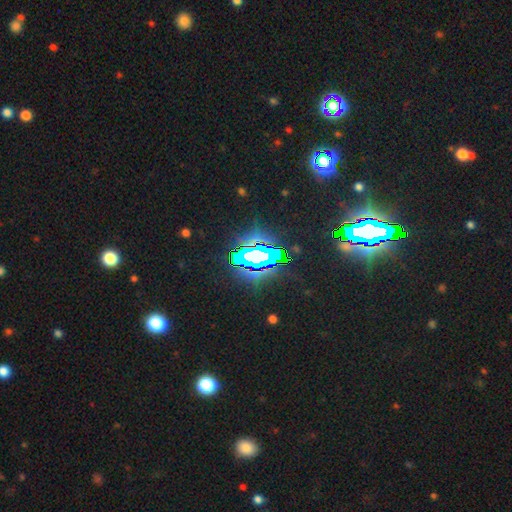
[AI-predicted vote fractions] smooth_or_featured: star or artifact (p=0.70) [alt: smooth p=0.16]